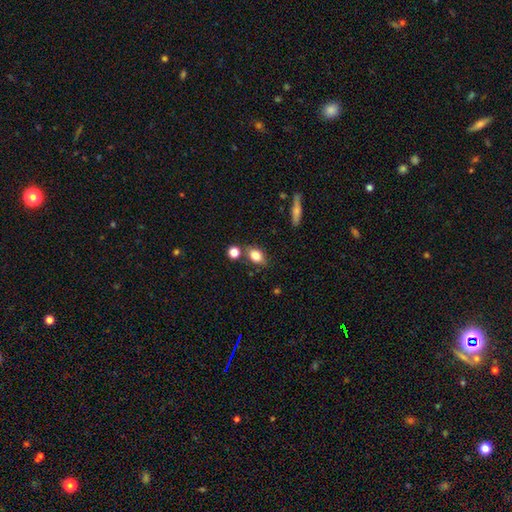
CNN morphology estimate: This is likely a smooth galaxy (80%). How rounded: likely in between (71%). Merging: likely none (71%).